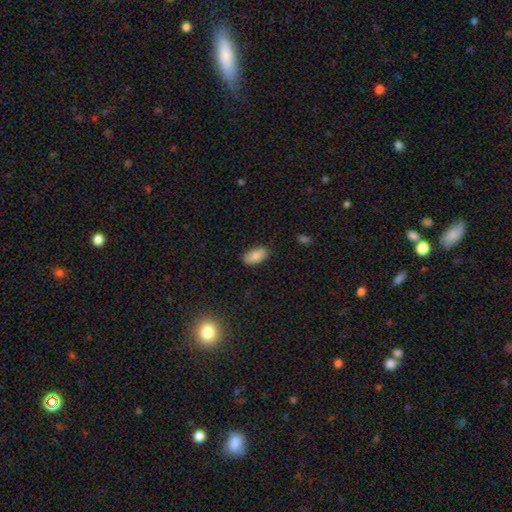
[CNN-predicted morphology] smooth-or-featured: smooth: 83% | featured or disk: 10% | star or artifact: 8%
  how-rounded: in between: 93% | cigar-shaped: 4% | round: 3%
  merging: none: 83% | minor disturbance: 13% | major disturbance: 2% | merger: 1%